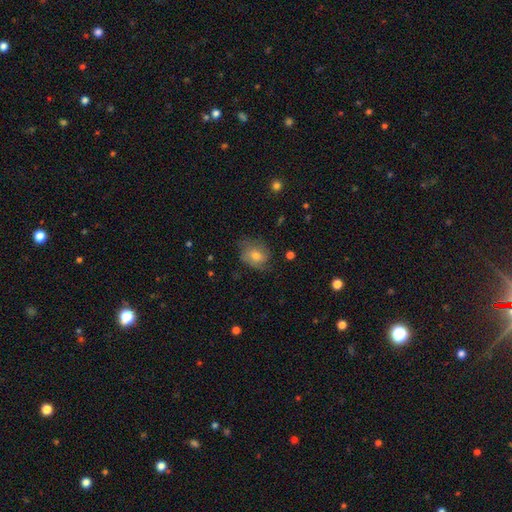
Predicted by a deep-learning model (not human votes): Smooth or featured?
  - smooth: 57% *
  - featured or disk: 33%
  - star or artifact: 10%
How rounded?
  - in between: 52% *
  - round: 47%
  - cigar-shaped: 1%
Merging?
  - none: 63% *
  - minor disturbance: 26%
  - major disturbance: 10%
  - merger: 1%